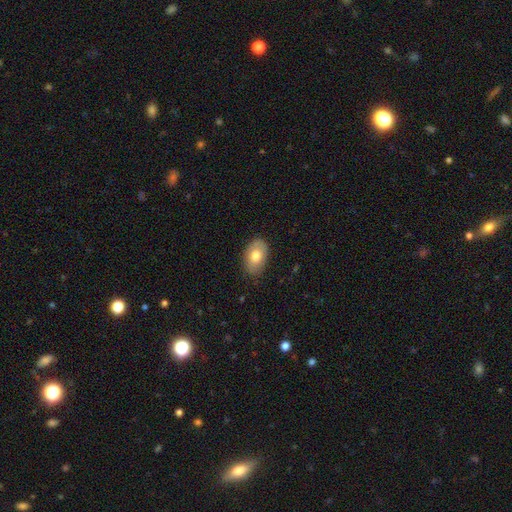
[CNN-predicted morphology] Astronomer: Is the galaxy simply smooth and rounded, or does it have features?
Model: smooth — 74%.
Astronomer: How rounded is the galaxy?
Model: in between — 90%.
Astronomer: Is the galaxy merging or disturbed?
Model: none — 82%.